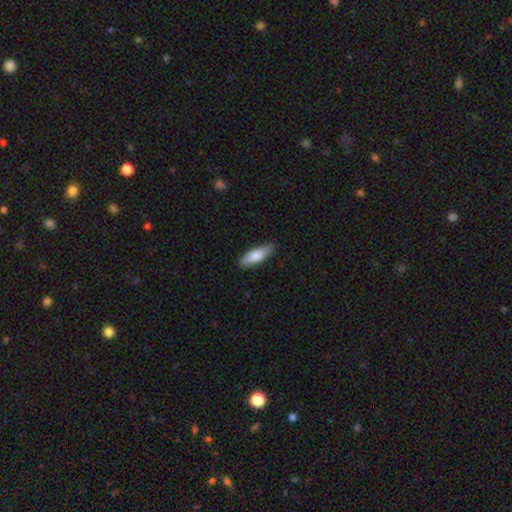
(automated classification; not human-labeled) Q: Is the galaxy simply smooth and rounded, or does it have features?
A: smooth — 81%.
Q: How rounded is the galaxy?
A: cigar-shaped — 51%.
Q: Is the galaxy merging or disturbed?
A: none — 88%.